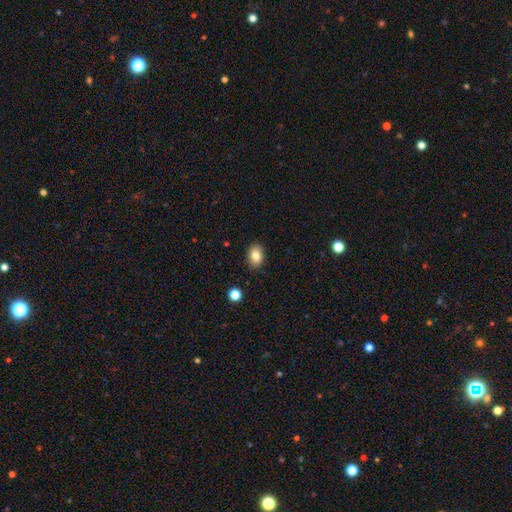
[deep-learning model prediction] A smooth galaxy with no disk features (82%) that is in between round and cigar-shaped (74%).

Vote fractions:
- Smooth or featured? smooth: 82% / star or artifact: 9% / featured or disk: 9%
- How rounded? in between: 74% / round: 25% / cigar-shaped: 1%
- Merging? none: 88% / minor disturbance: 9% / major disturbance: 2% / merger: 1%